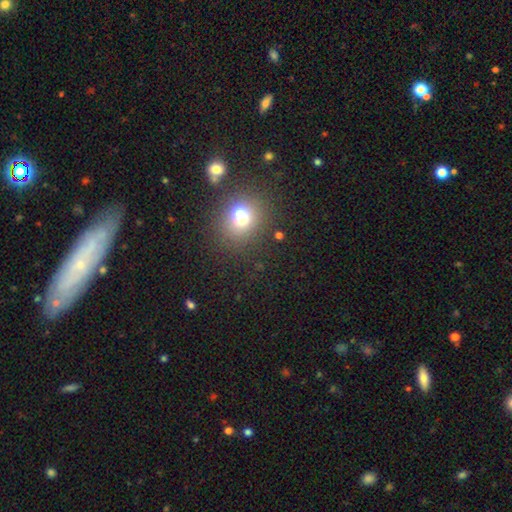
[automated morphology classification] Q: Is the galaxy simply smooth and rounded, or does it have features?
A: smooth — 57%.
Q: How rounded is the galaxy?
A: round — 81%.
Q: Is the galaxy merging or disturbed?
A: none — 88%.